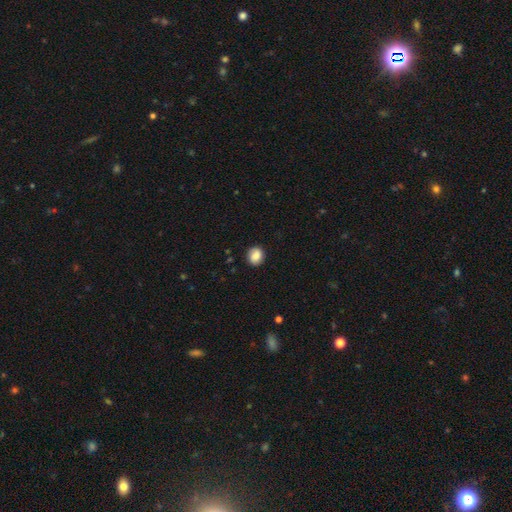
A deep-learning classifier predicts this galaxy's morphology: Smooth or featured? smooth (84%)
How rounded? round (70%)
Merging? none (87%)